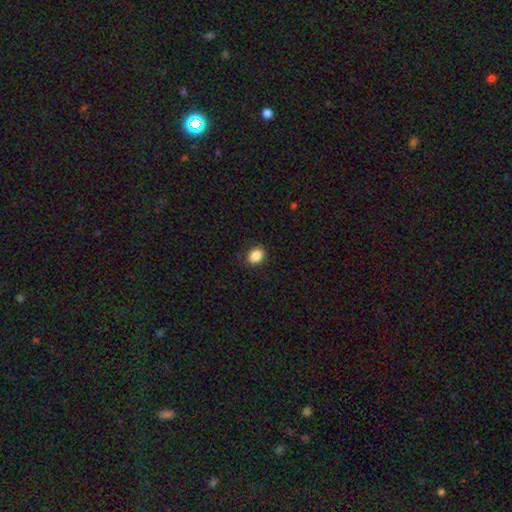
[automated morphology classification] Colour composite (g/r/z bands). It shows a smooth galaxy with no disk features (86%) that is in between round and cigar-shaped (73%). Merging: none (86%).